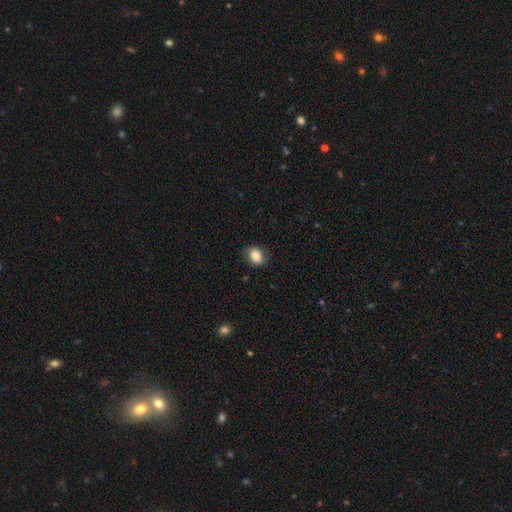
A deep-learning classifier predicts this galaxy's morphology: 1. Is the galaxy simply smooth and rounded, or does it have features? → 75% smooth, 17% featured or disk, 8% star or artifact.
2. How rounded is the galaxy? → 64% in between, 35% round, 1% cigar-shaped.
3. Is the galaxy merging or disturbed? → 74% none, 19% minor disturbance, 6% major disturbance, 1% merger.